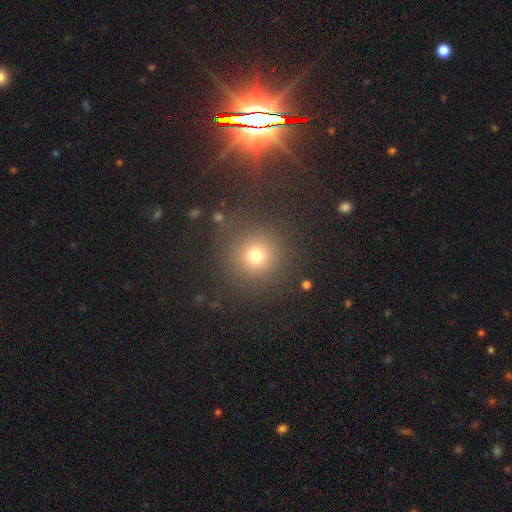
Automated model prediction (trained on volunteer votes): smooth 73%, star or artifact 19%, featured or disk 8%. Down the decision tree: how rounded — round (93%); merging — none (83%).